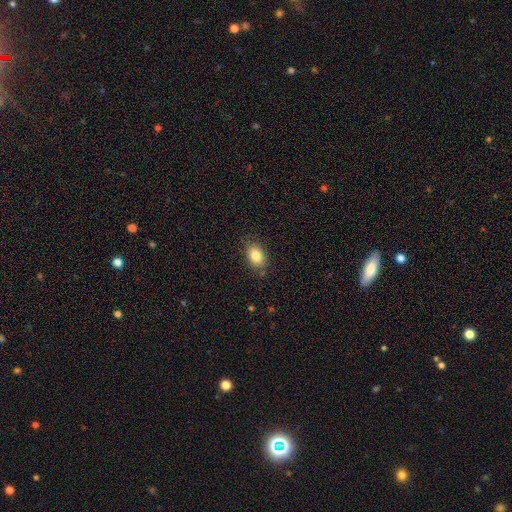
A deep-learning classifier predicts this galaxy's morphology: Smooth or featured? Predicted: smooth (p=0.83). How rounded? Predicted: in between (p=0.80). Merging? Predicted: none (p=0.82).